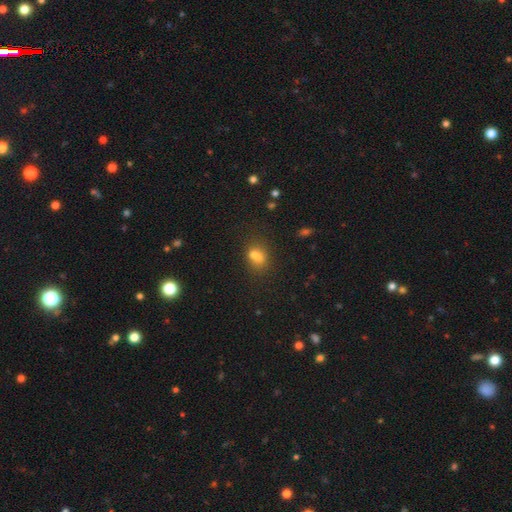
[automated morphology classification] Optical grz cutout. It shows a smooth galaxy with no disk features (69%) that is in between round and cigar-shaped (52%). Merging: none (41%, tied with merger).